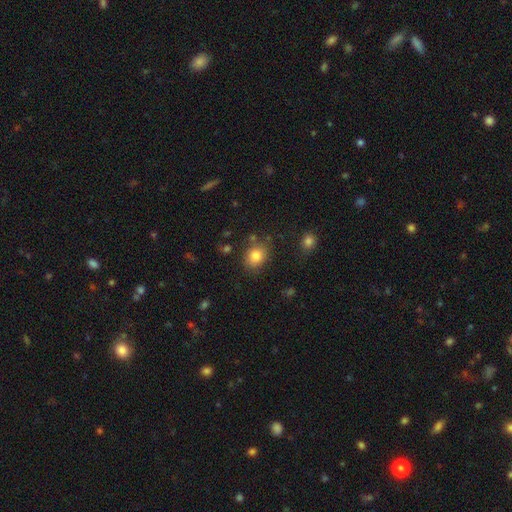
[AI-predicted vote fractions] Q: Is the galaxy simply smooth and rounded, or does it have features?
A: smooth — 82%.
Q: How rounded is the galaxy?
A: round — 52%.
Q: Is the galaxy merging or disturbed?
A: none — 76%.